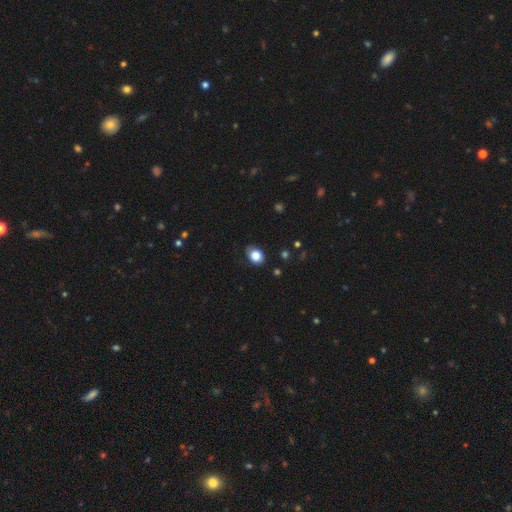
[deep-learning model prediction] smooth_or_featured: smooth (p=0.85) [alt: star or artifact p=0.09]
how_rounded: in between (p=0.62) [alt: round p=0.37]
merging: none (p=0.78) [alt: minor disturbance p=0.17]